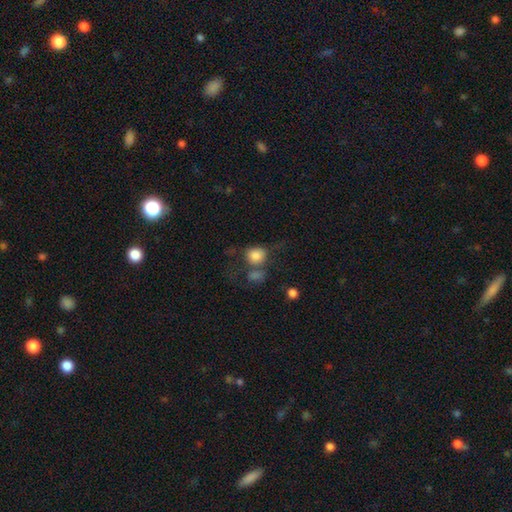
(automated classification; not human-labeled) smooth_or_featured: smooth (p=0.79) [alt: featured or disk p=0.11]
how_rounded: round (p=0.71) [alt: in between p=0.28]
merging: none (p=0.38) [alt: merger p=0.31]